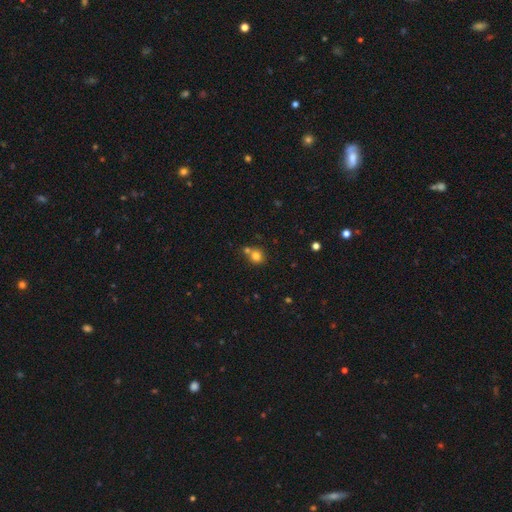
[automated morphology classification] type=smooth (79%); roundness=round (85%); merging=none (59%).